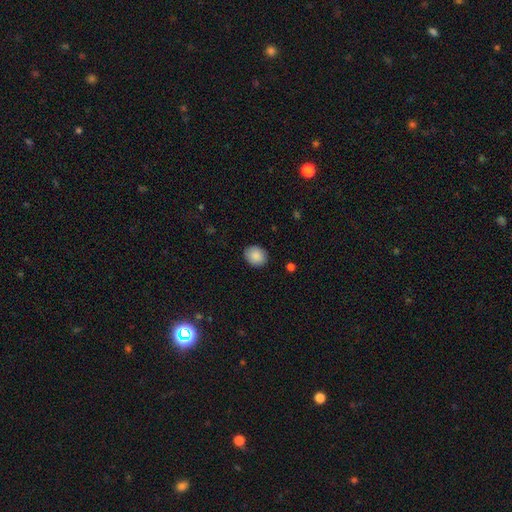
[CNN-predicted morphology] A smooth galaxy with no disk features (89%) that is round (59%). Merging: none (87%).